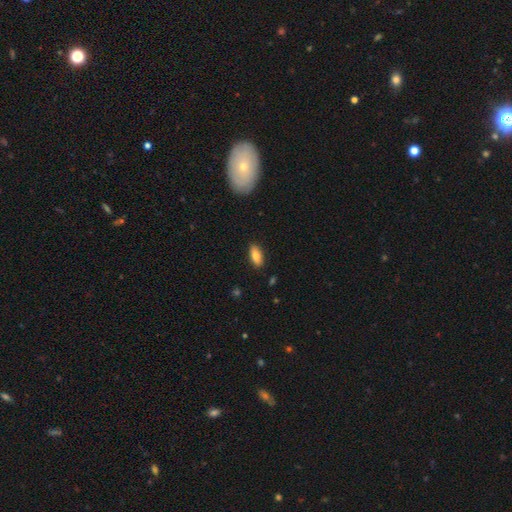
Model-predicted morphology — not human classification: smooth 82%, featured or disk 11%, star or artifact 7%. Down the decision tree: how rounded — in between (81%); merging — none (87%).